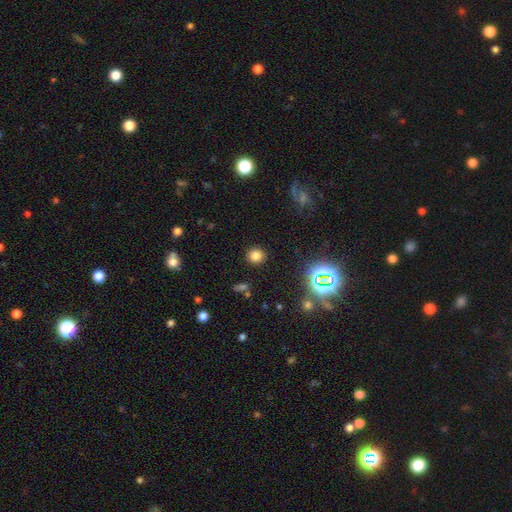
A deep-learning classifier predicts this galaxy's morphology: Smooth or featured? Predicted: smooth (p=0.77). How rounded? Predicted: round (p=0.88). Merging? Predicted: none (p=0.89).